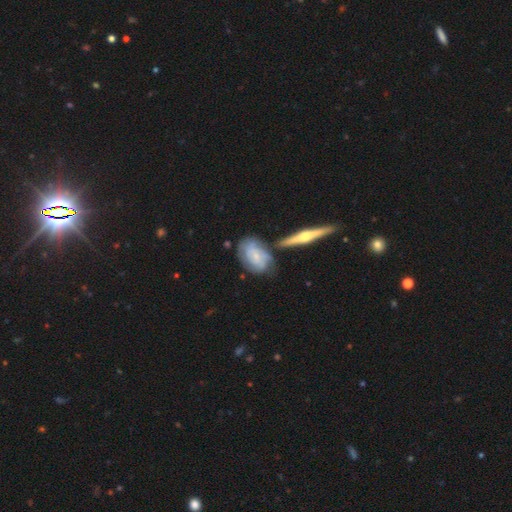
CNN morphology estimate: Q: Smooth or featured?
A: featured or disk (70%); runner-up: smooth (24%)
Q: Edge-on disk?
A: no (90%); runner-up: yes (10%)
Q: Bar?
A: no (69%); runner-up: weak (25%)
Q: Spiral arms?
A: yes (85%); runner-up: no (15%)
Q: Spiral winding?
A: tight (60%); runner-up: medium (30%)
Q: Spiral arm count?
A: can't tell (39%); runner-up: 2 (29%)
Q: Bulge size?
A: small (76%); runner-up: moderate (15%)
Q: Merging?
A: none (61%); runner-up: minor disturbance (21%)